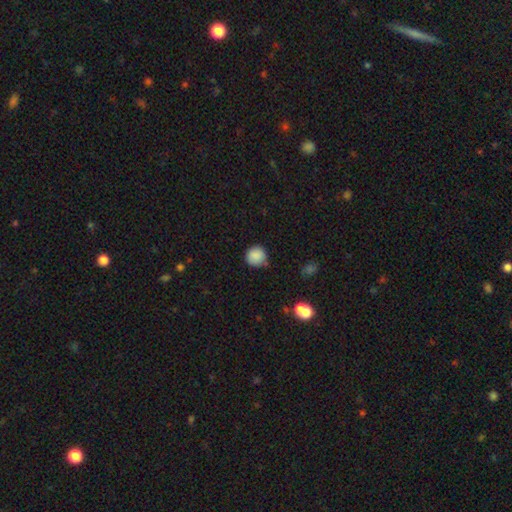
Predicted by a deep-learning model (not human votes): smooth_or_featured: smooth (p=0.87) [alt: star or artifact p=0.09]
how_rounded: round (p=0.92) [alt: in between p=0.07]
merging: none (p=0.81) [alt: minor disturbance p=0.14]